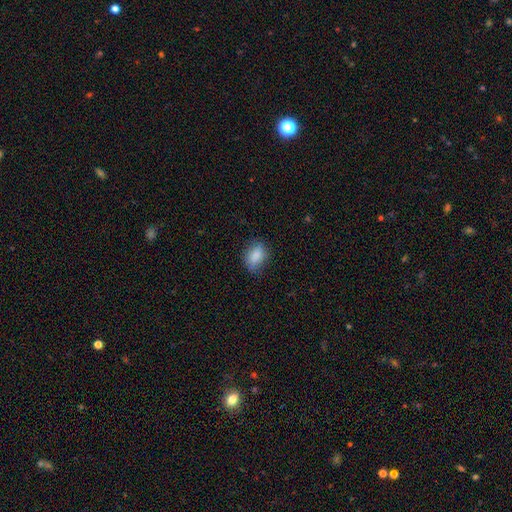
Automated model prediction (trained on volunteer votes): smooth_or_featured: smooth (p=0.85) [alt: star or artifact p=0.08]
how_rounded: in between (p=0.77) [alt: round p=0.20]
merging: none (p=0.74) [alt: minor disturbance p=0.20]